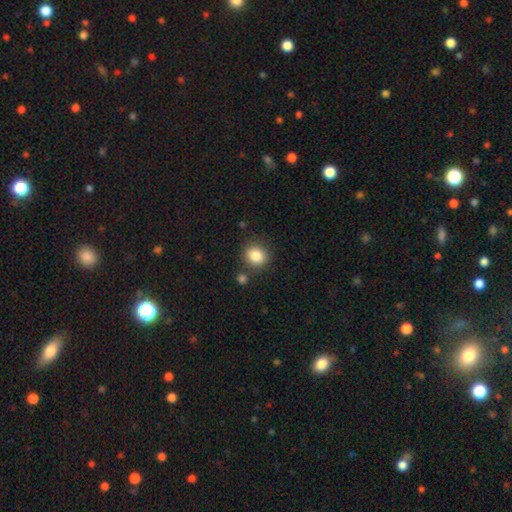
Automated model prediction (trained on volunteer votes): Q: Smooth or featured?
A: smooth (84%); runner-up: star or artifact (10%)
Q: How rounded?
A: round (81%); runner-up: in between (19%)
Q: Merging?
A: none (82%); runner-up: minor disturbance (9%)